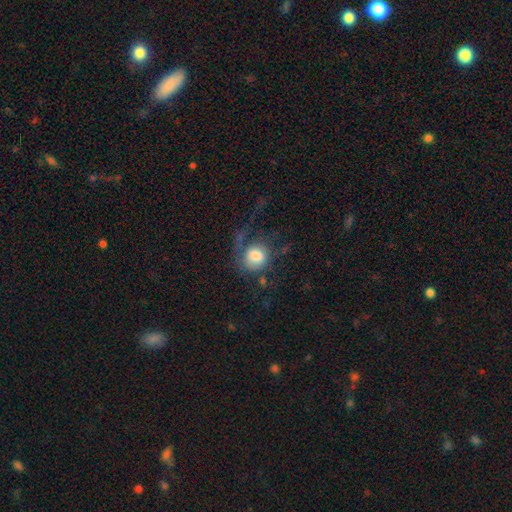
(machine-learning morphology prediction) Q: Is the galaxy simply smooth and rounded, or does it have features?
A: smooth — 70%.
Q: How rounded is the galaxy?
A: round — 80%.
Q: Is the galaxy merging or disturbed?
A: major disturbance — 42%.